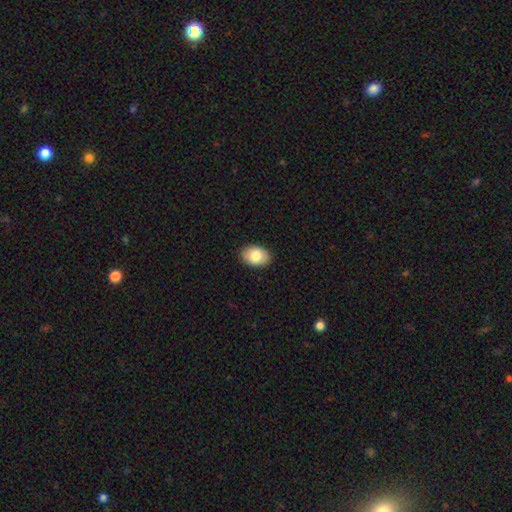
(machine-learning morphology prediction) Smooth or featured? smooth (83%)
How rounded? in between (85%)
Merging? none (90%)